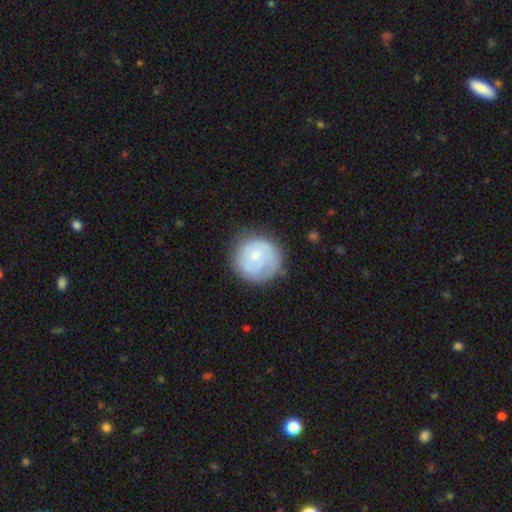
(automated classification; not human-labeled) This is possibly a featured or disk galaxy (50%). Merging: likely none (74%).